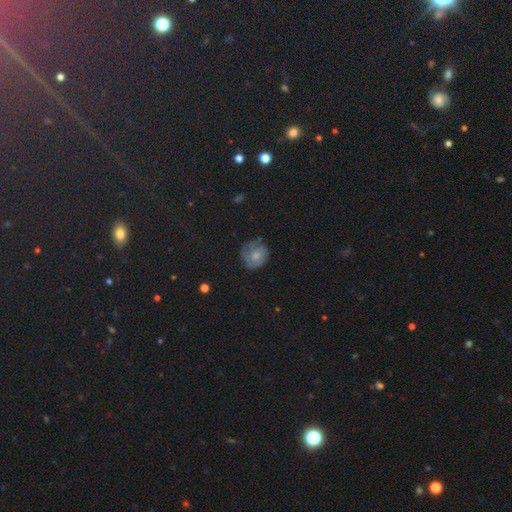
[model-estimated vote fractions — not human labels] The model was most divided on "smooth or featured": smooth: 50%, featured or disk: 39%, star or artifact: 11%. More confident: merging — none (65%).